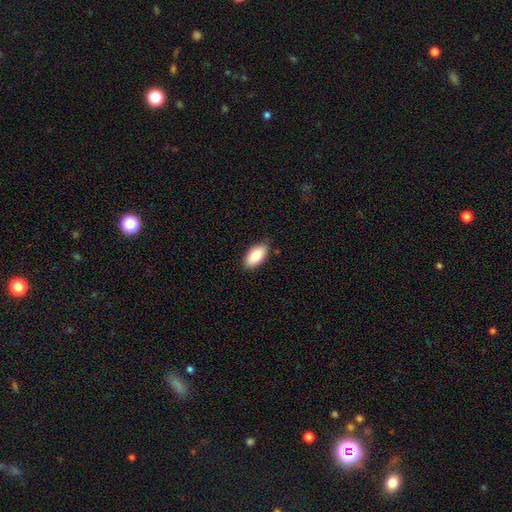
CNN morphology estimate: smooth-or-featured: smooth: 86% | featured or disk: 8% | star or artifact: 6%
  how-rounded: in between: 93% | cigar-shaped: 4% | round: 2%
  merging: none: 85% | minor disturbance: 12% | major disturbance: 2% | merger: 1%